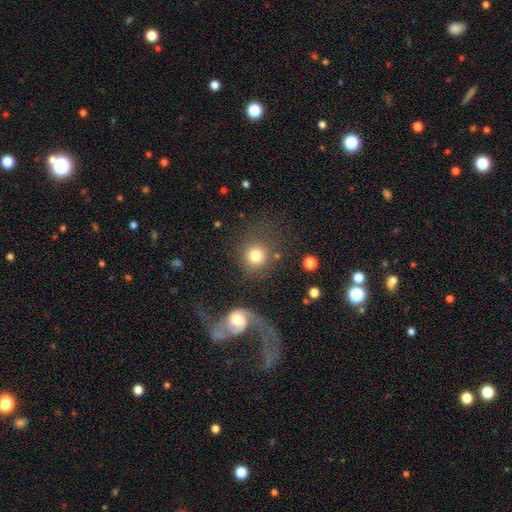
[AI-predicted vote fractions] Smooth or featured?
  - smooth: 79% *
  - featured or disk: 11%
  - star or artifact: 10%
How rounded?
  - round: 88% *
  - in between: 11%
  - cigar-shaped: 1%
Merging?
  - none: 65% *
  - merger: 12%
  - minor disturbance: 12%
  - major disturbance: 10%